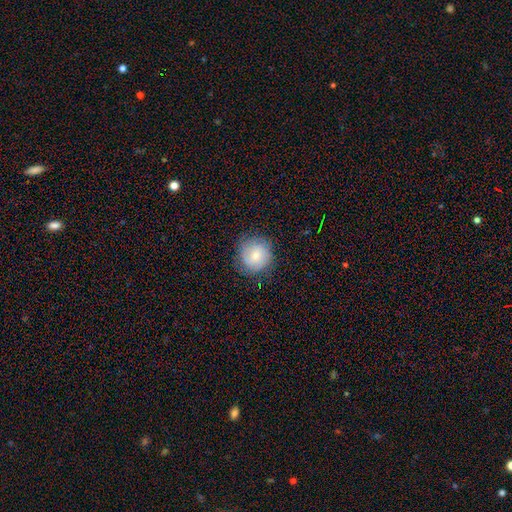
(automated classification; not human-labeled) This appears to be a smooth galaxy with no disk features (67%) that is round (90%). Merging: none (77%).